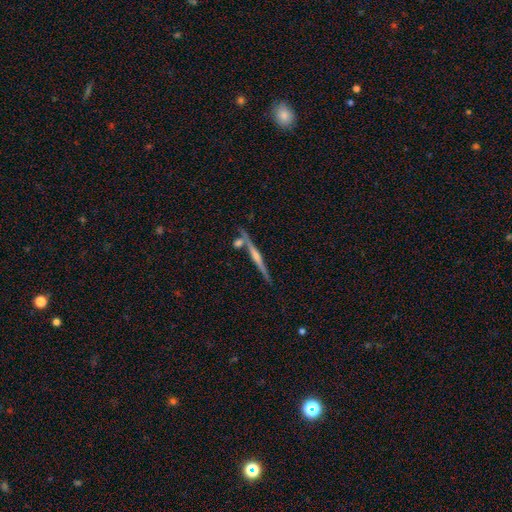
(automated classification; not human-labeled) Q: Smooth or featured?
A: featured or disk (75%); runner-up: smooth (18%)
Q: Edge-on disk?
A: yes (98%); runner-up: no (2%)
Q: Edge-on bulge?
A: rounded (62%); runner-up: none (24%)
Q: Merging?
A: none (80%); runner-up: merger (9%)